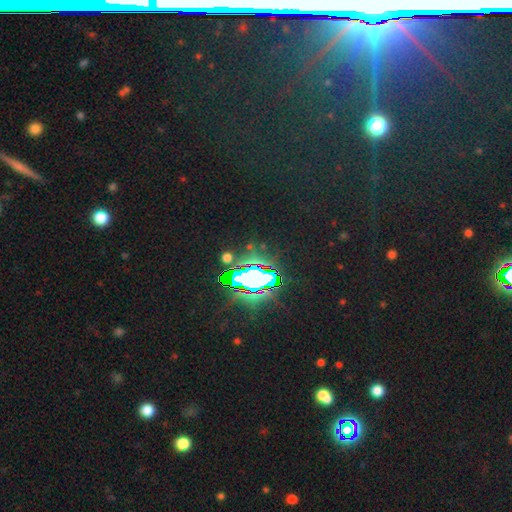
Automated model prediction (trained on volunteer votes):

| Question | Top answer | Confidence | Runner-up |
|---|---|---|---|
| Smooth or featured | star or artifact | 81% | smooth (11%) |